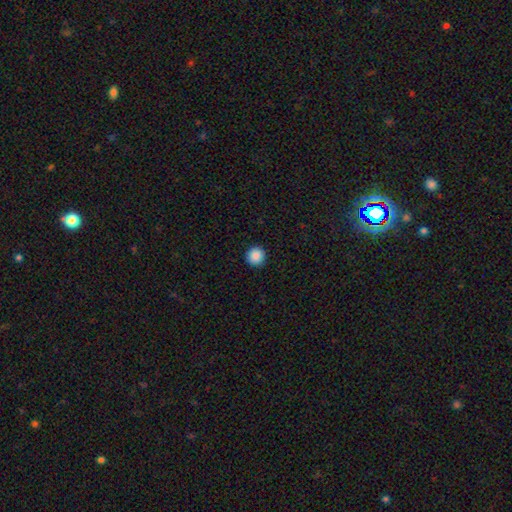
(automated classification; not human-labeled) This is clearly a smooth galaxy (89%). How rounded: clearly round (95%). Merging: clearly none (93%).